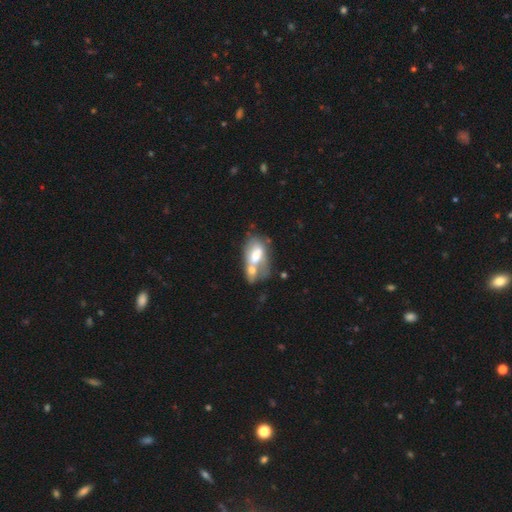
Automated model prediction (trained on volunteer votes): smooth 51%, featured or disk 41%, star or artifact 8%. Down the decision tree: how rounded — in between (88%); merging — merger (62%).